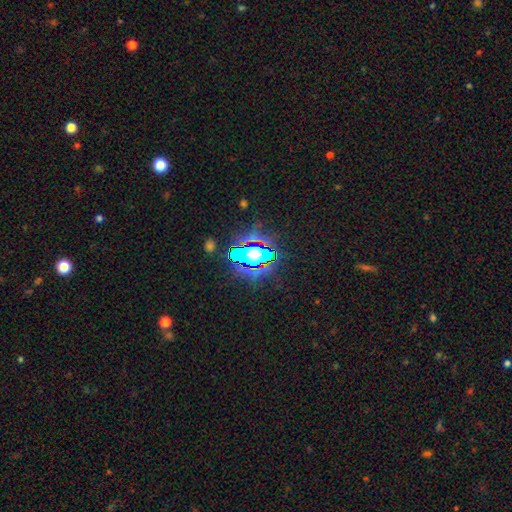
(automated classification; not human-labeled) Morphology: type=star or artifact (57%).